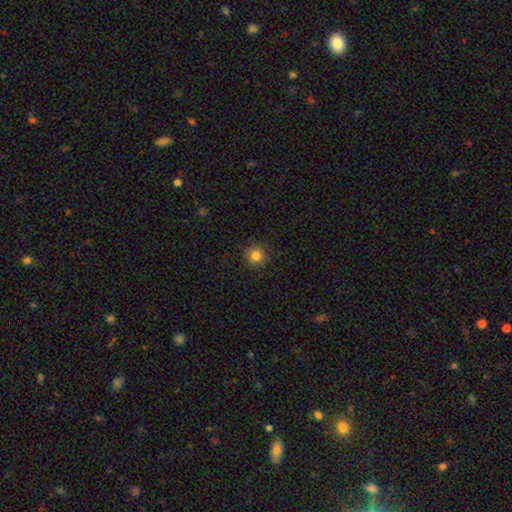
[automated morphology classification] Q: Smooth or featured?
A: smooth (83%); runner-up: star or artifact (12%)
Q: How rounded?
A: round (94%); runner-up: in between (5%)
Q: Merging?
A: none (90%); runner-up: minor disturbance (7%)